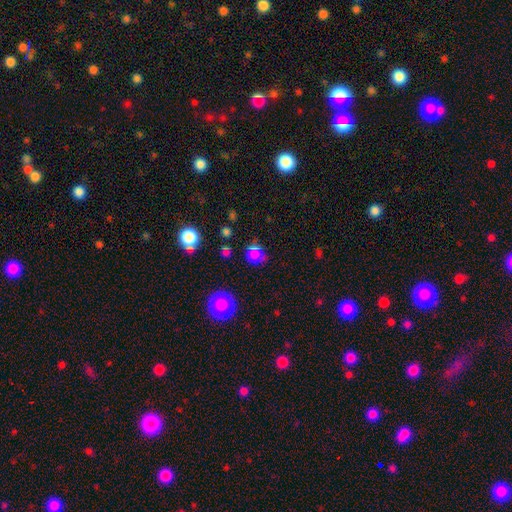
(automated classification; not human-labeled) Q: Smooth or featured?
A: smooth (70%); runner-up: star or artifact (23%)
Q: How rounded?
A: round (79%); runner-up: in between (20%)
Q: Merging?
A: none (68%); runner-up: minor disturbance (15%)